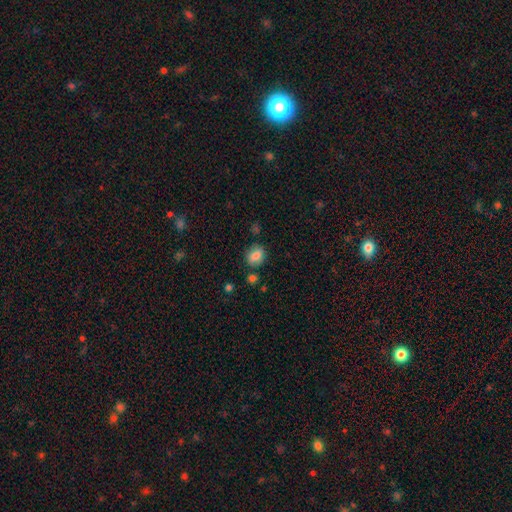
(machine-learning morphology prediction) This is clearly a smooth galaxy (82%). How rounded: possibly round (54%). Merging: likely none (73%).